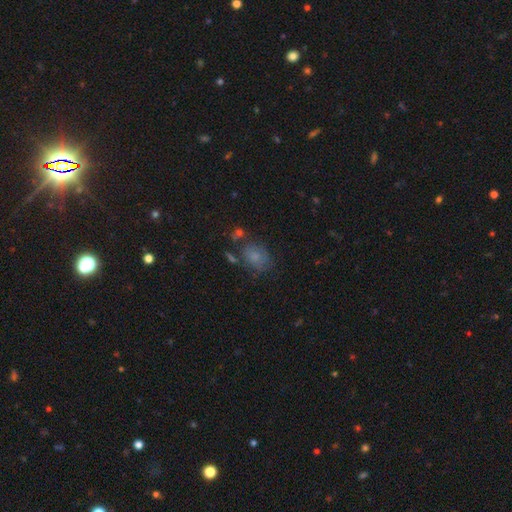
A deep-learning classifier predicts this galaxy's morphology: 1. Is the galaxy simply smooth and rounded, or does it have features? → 61% smooth, 21% featured or disk, 19% star or artifact.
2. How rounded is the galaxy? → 64% in between, 34% round, 1% cigar-shaped.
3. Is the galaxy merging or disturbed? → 59% none, 21% minor disturbance, 11% merger, 10% major disturbance.